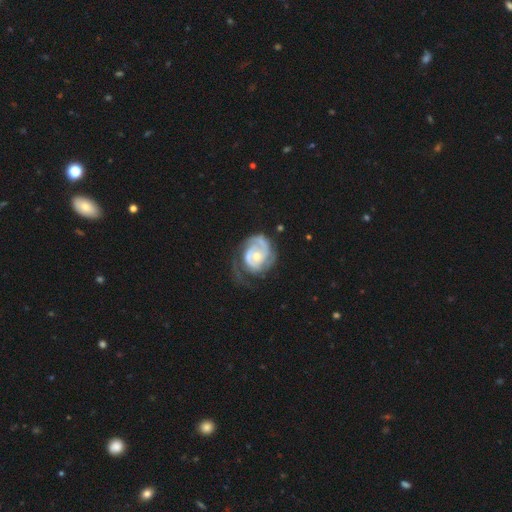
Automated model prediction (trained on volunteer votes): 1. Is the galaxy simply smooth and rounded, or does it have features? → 85% featured or disk, 11% smooth, 4% star or artifact.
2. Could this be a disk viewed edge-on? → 98% no, 2% yes.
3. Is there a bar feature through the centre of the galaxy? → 66% no, 29% weak, 5% strong.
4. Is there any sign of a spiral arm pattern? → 94% yes, 6% no.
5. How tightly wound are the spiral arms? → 60% tight, 30% medium, 10% loose.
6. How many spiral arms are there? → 46% 2, 22% can't tell, 15% 1, 11% 3, 3% 4, 3% more than 4.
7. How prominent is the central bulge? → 53% moderate, 39% small, 5% large, 3% none, 1% dominant.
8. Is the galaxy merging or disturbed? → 49% none, 24% minor disturbance, 24% major disturbance, 2% merger.